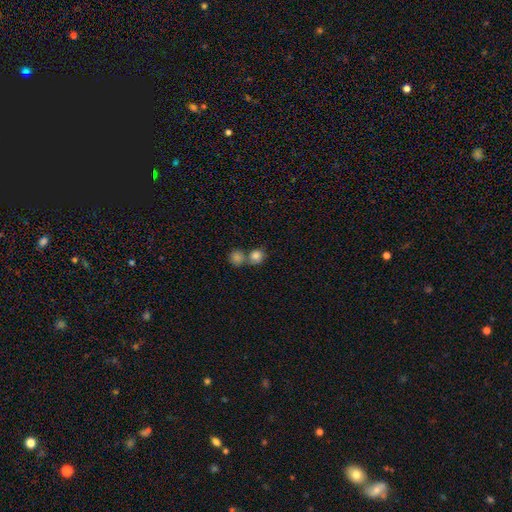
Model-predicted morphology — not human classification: A smooth galaxy with no disk features (83%) that is round (82%).

Vote fractions:
- Smooth or featured? smooth: 83% / star or artifact: 10% / featured or disk: 7%
- How rounded? round: 82% / in between: 16% / cigar-shaped: 1%
- Merging? none: 46% / merger: 43% / minor disturbance: 8% / major disturbance: 3%